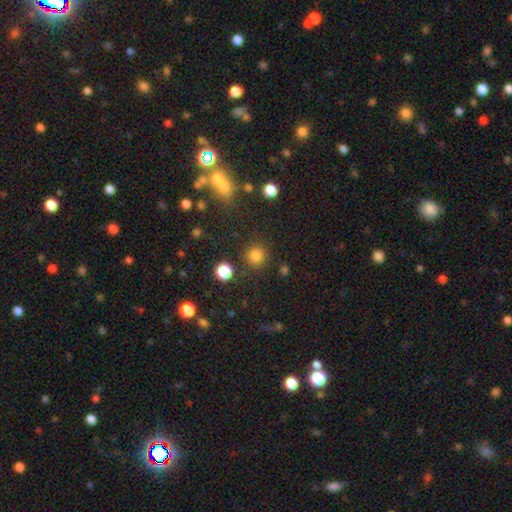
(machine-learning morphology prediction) smooth-or-featured: smooth: 80% | star or artifact: 15% | featured or disk: 5%
  how-rounded: round: 92% | in between: 7% | cigar-shaped: 1%
  merging: none: 85% | minor disturbance: 8% | merger: 4% | major disturbance: 4%